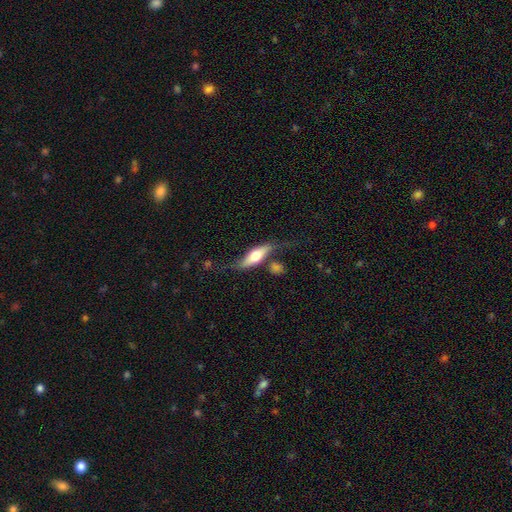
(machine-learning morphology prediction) type=featured or disk (53%); edge-on=yes (66%); merging=none (53%).